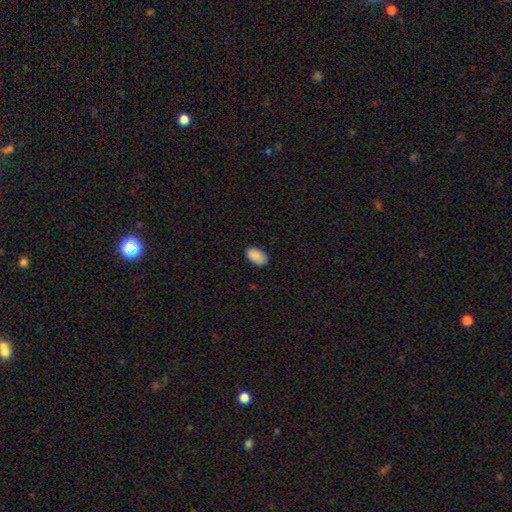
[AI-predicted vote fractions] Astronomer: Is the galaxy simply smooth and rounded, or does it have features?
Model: smooth — 90%.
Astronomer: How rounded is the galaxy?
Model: in between — 94%.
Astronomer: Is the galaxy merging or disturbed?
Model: none — 87%.